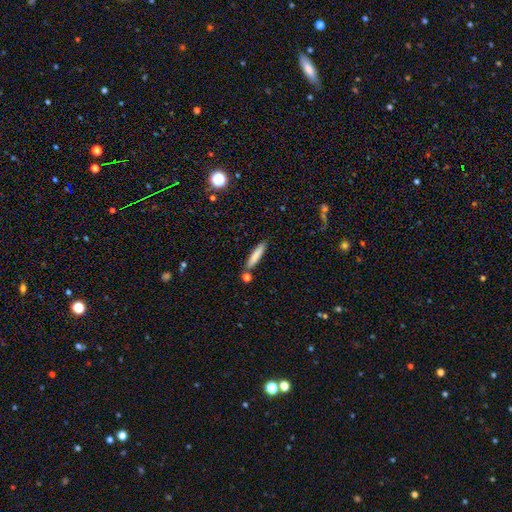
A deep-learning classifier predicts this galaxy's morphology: smooth-or-featured: smooth: 81% | featured or disk: 12% | star or artifact: 7%
  how-rounded: cigar-shaped: 88% | in between: 11% | round: 1%
  merging: none: 81% | minor disturbance: 10% | merger: 7% | major disturbance: 2%